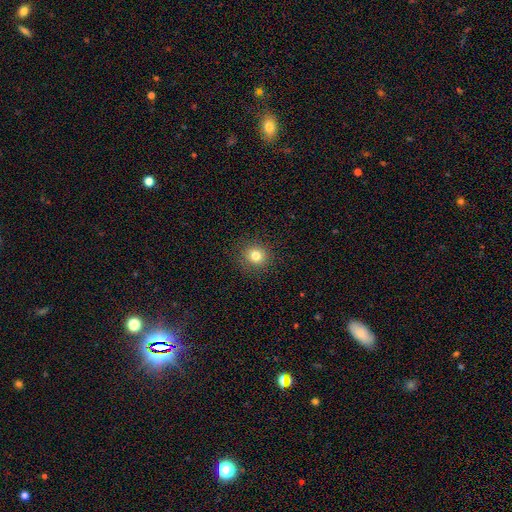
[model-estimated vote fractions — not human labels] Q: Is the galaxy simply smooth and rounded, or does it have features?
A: smooth — 80%.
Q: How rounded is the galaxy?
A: round — 88%.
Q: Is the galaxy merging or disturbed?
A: none — 90%.